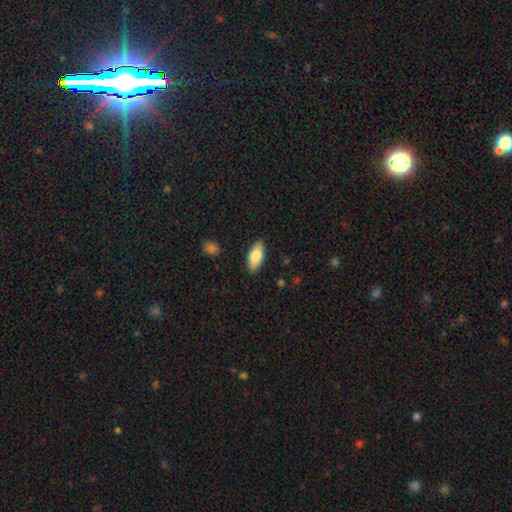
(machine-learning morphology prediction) This is clearly a smooth galaxy (81%). How rounded: clearly in between (89%). Merging: clearly none (87%).